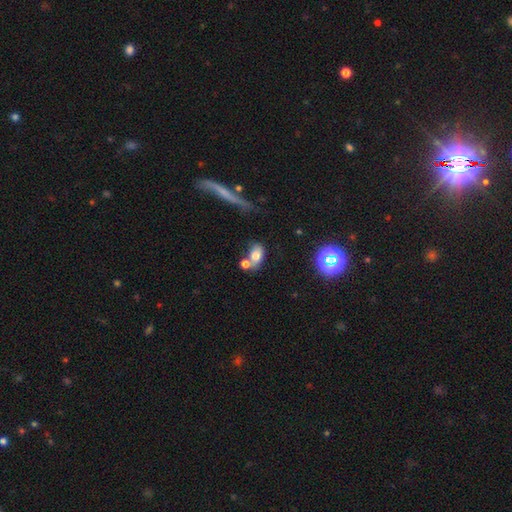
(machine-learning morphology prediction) The model was most divided on "merging": merger: 42%, none: 38%, minor disturbance: 14%, major disturbance: 7%. More confident: how rounded — in between (79%); smooth or featured — smooth (73%).